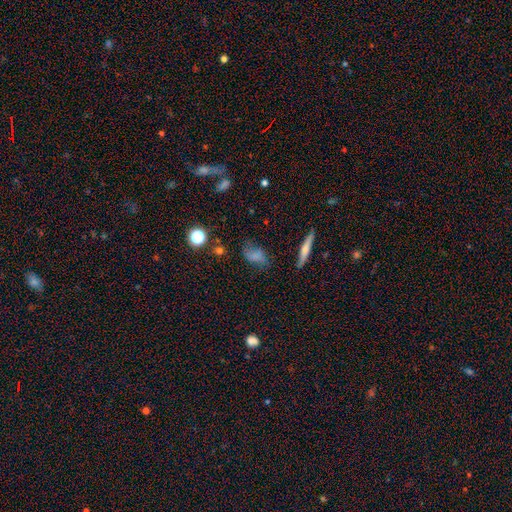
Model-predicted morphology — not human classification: Overall: smooth (61%; featured or disk 24%). How rounded: in between (77%). Merging: none (54%; minor disturbance 28%).